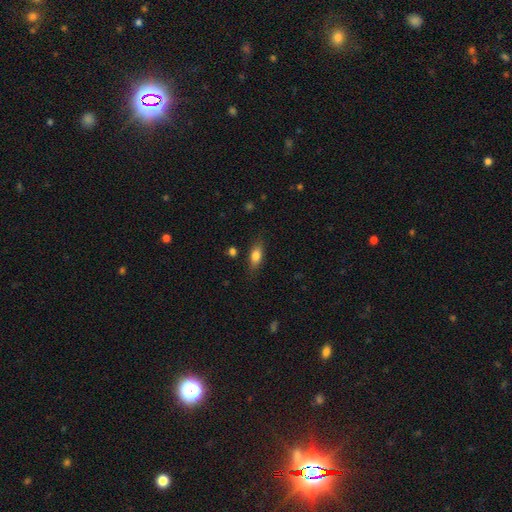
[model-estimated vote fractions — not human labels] smooth-or-featured: smooth: 79% | featured or disk: 14% | star or artifact: 8%
  how-rounded: in between: 78% | cigar-shaped: 17% | round: 5%
  merging: none: 80% | minor disturbance: 14% | major disturbance: 4% | merger: 2%